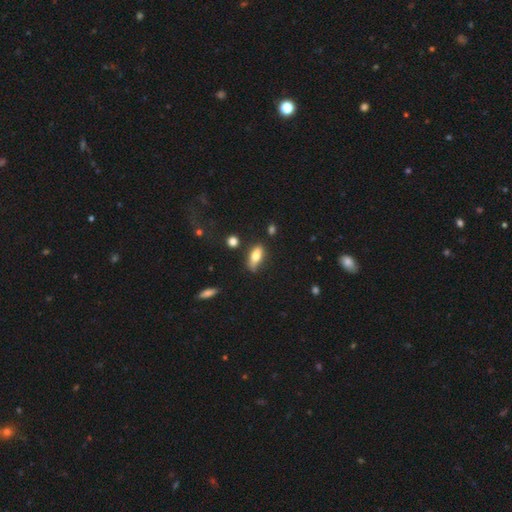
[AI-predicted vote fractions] smooth_or_featured: smooth (p=0.71) [alt: featured or disk p=0.22]
how_rounded: in between (p=0.76) [alt: cigar-shaped p=0.20]
merging: none (p=0.69) [alt: minor disturbance p=0.21]